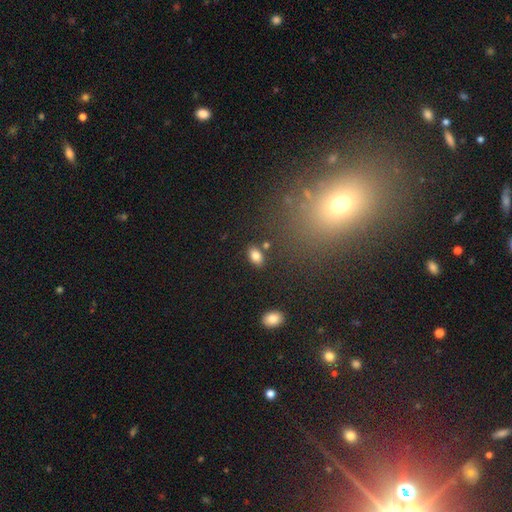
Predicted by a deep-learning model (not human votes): Smooth or featured: smooth — 83% (star or artifact — 10%)
How rounded: in between — 86% (round — 12%)
Merging: none — 80% (minor disturbance — 11%)